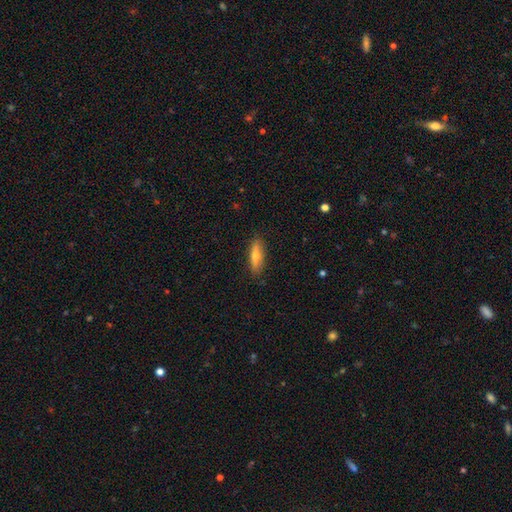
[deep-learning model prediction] Smooth or featured? smooth (64%)
How rounded? cigar-shaped (64%)
Merging? none (87%)